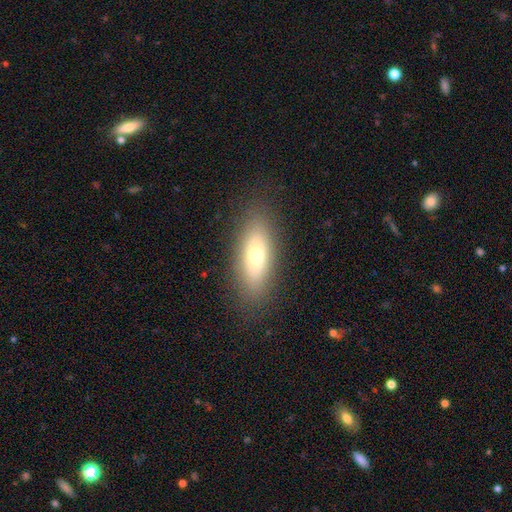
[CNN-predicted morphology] A smooth galaxy with no disk features (65%) that is in between round and cigar-shaped (69%). Merging: none (84%).